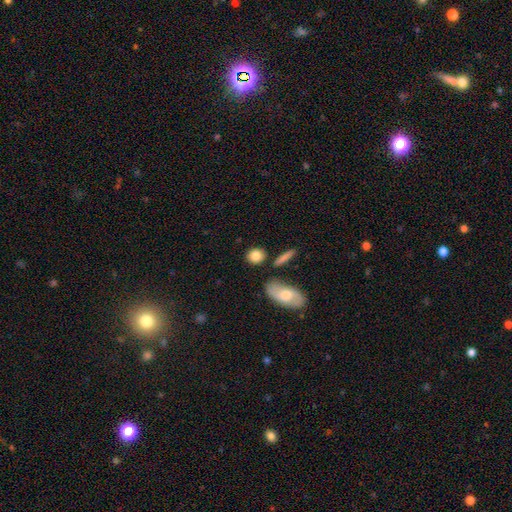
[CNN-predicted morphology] This is clearly a smooth galaxy (83%). How rounded: likely round (68%). Merging: likely none (79%).